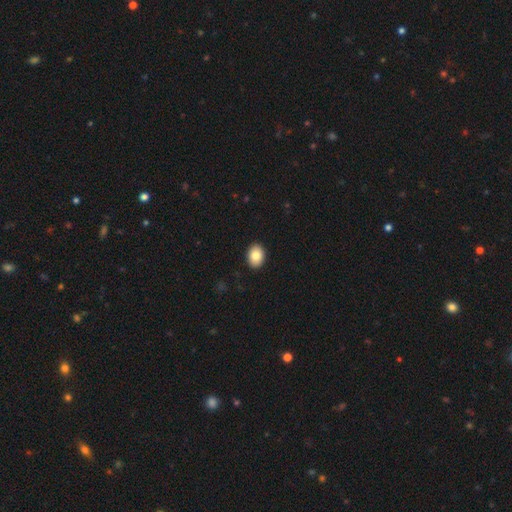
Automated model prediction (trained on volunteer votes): A smooth galaxy with no disk features (84%) that is in between round and cigar-shaped (76%).

Vote fractions:
- Smooth or featured? smooth: 84% / featured or disk: 9% / star or artifact: 8%
- How rounded? in between: 76% / round: 23% / cigar-shaped: 1%
- Merging? none: 91% / minor disturbance: 6% / major disturbance: 2% / merger: 1%